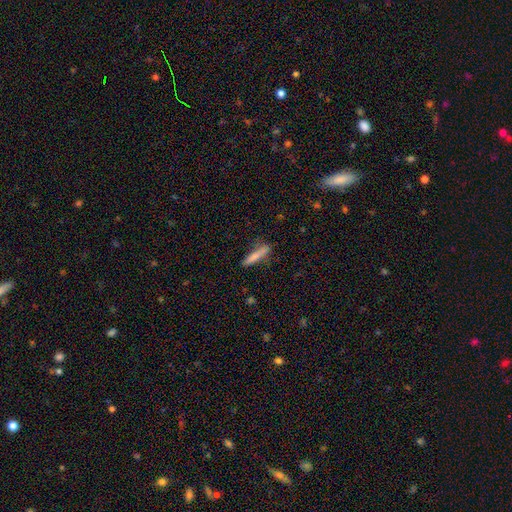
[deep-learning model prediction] A smooth galaxy with no disk features (78%) that is cigar-shaped (90%).

Vote fractions:
- Smooth or featured? smooth: 78% / featured or disk: 16% / star or artifact: 6%
- How rounded? cigar-shaped: 90% / in between: 8% / round: 1%
- Merging? none: 80% / minor disturbance: 15% / major disturbance: 3% / merger: 2%